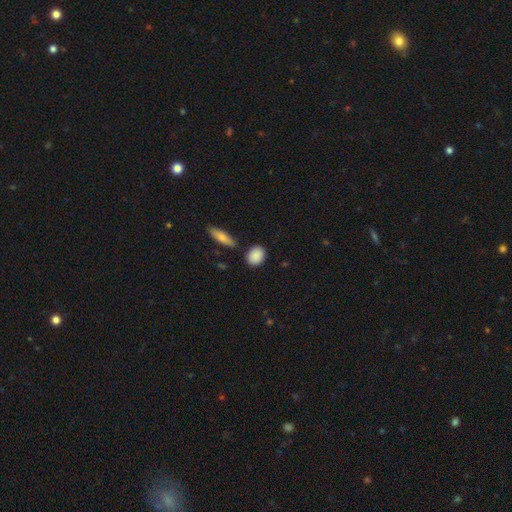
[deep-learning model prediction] This is clearly a smooth galaxy (88%). How rounded: possibly in between (51%). Merging: clearly none (82%).